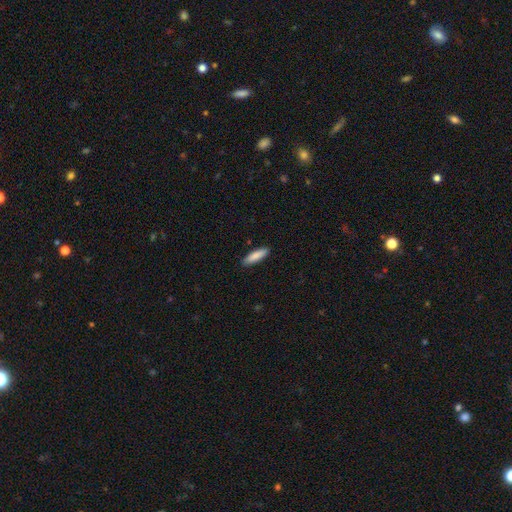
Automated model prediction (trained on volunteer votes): Morphology: type=smooth (86%); roundness=cigar-shaped (69%); merging=none (89%).